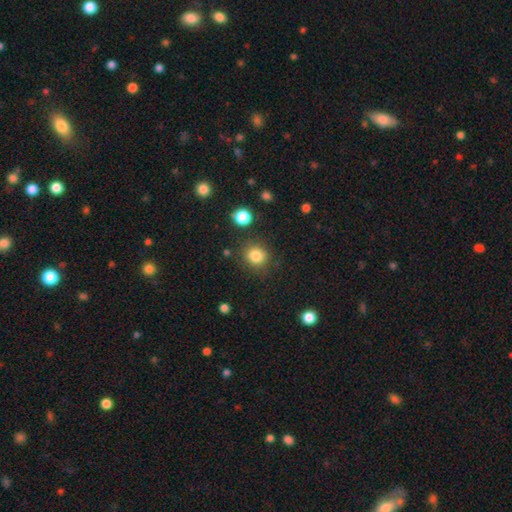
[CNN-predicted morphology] type=smooth (83%); roundness=round (86%); merging=none (84%).